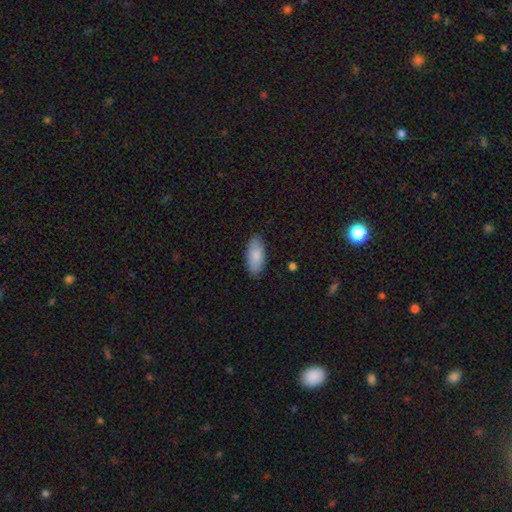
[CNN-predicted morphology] The model was most divided on "merging": none: 86%, minor disturbance: 11%, major disturbance: 2%, merger: 1%. More confident: how rounded — in between (90%); smooth or featured — smooth (86%).